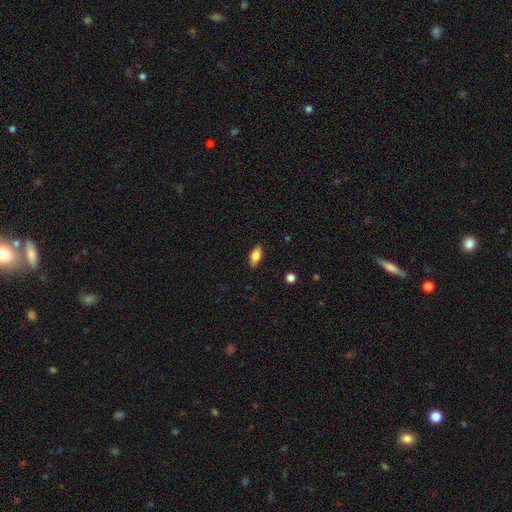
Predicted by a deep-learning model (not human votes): A smooth galaxy with no disk features (79%) that is in between round and cigar-shaped (85%). Merging: none (88%).